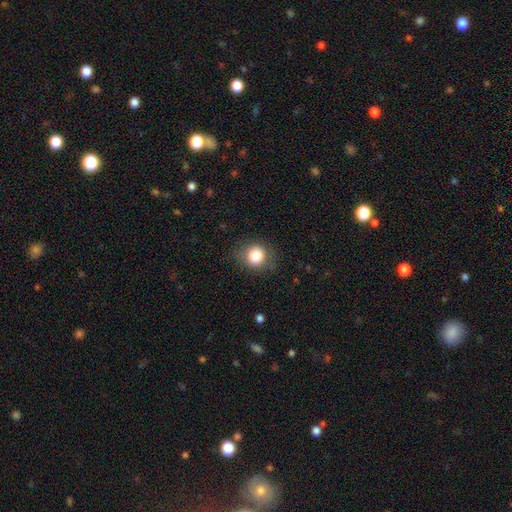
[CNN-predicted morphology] Q: Smooth or featured?
A: smooth (81%); runner-up: star or artifact (10%)
Q: How rounded?
A: round (79%); runner-up: in between (21%)
Q: Merging?
A: none (81%); runner-up: minor disturbance (13%)